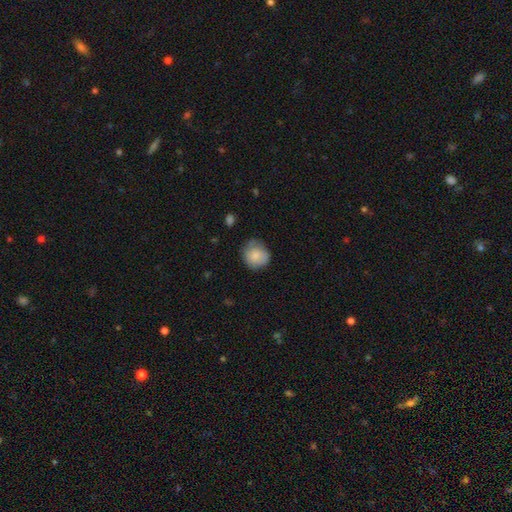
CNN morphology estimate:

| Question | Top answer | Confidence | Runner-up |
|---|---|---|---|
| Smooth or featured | smooth | 79% | featured or disk (14%) |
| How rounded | round | 82% | in between (17%) |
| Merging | none | 62% | minor disturbance (29%) |